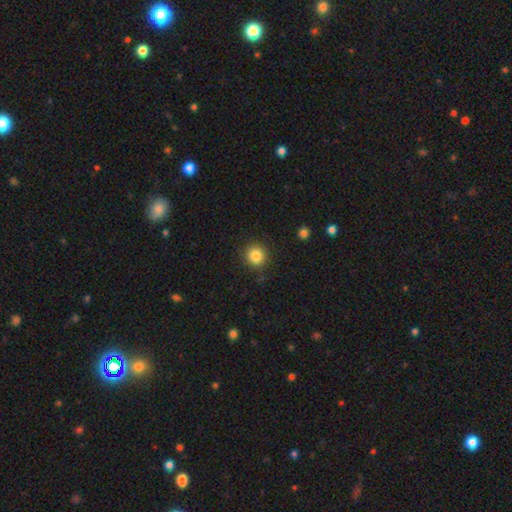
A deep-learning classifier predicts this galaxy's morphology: Smooth or featured: smooth — 85% (star or artifact — 10%)
How rounded: round — 91% (in between — 8%)
Merging: none — 89% (minor disturbance — 8%)